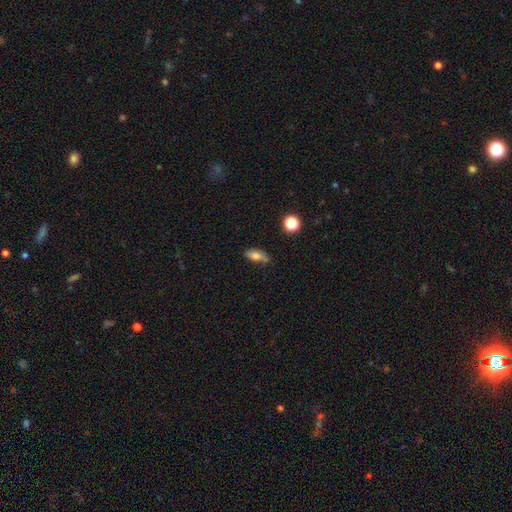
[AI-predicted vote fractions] smooth_or_featured: smooth (p=0.76) [alt: featured or disk p=0.14]
how_rounded: in between (p=0.83) [alt: cigar-shaped p=0.11]
merging: none (p=0.63) [alt: minor disturbance p=0.28]